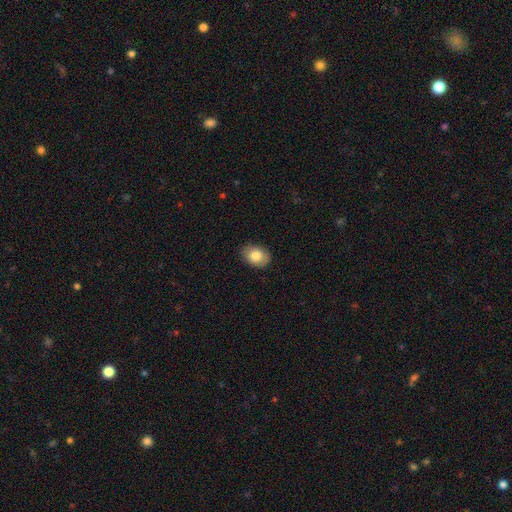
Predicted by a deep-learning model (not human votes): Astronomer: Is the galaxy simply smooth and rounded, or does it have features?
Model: smooth — 83%.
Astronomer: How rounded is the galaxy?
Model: in between — 74%.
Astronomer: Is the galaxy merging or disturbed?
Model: none — 85%.